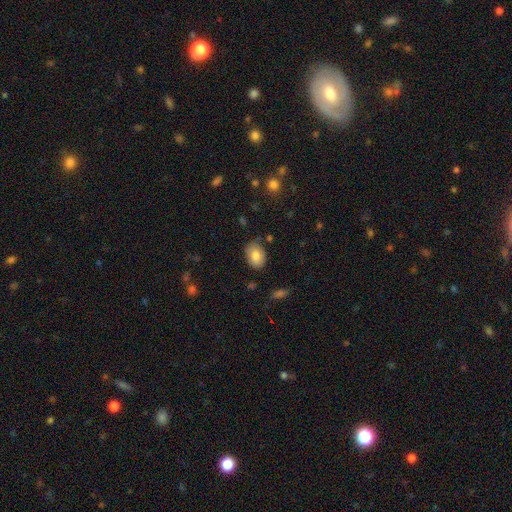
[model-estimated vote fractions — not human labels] Smooth or featured: smooth — 79% (featured or disk — 13%)
How rounded: in between — 75% (round — 24%)
Merging: none — 73% (minor disturbance — 20%)